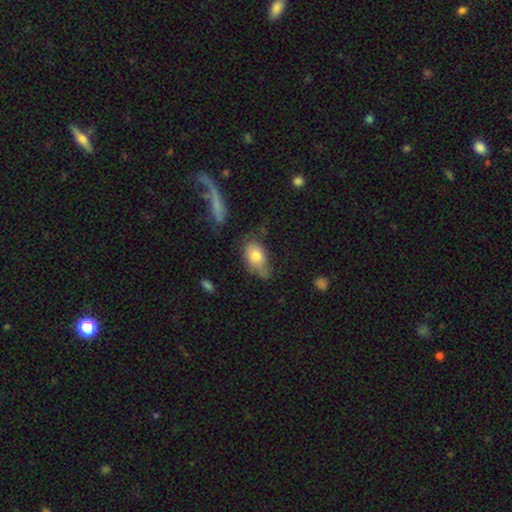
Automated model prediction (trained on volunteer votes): smooth-or-featured: smooth: 74% | featured or disk: 18% | star or artifact: 8%
  how-rounded: in between: 86% | round: 11% | cigar-shaped: 3%
  merging: none: 38% | minor disturbance: 37% | major disturbance: 19% | merger: 6%